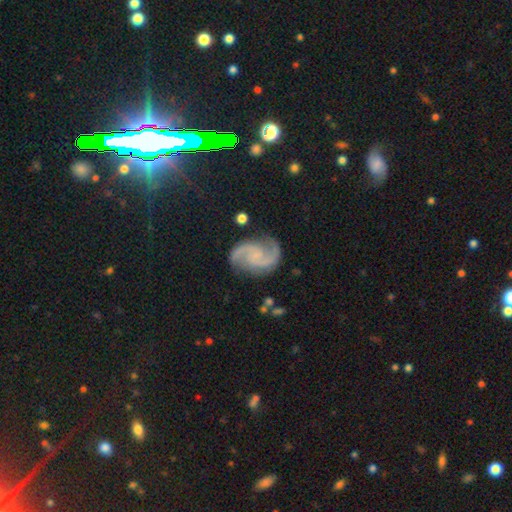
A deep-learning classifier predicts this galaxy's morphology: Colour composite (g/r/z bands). It shows a featured or disk galaxy (90%) with no bar (60%), 2 (92%) medium (54%) spiral arms (98%) and no central bulge (53%). Merging: none (80%).